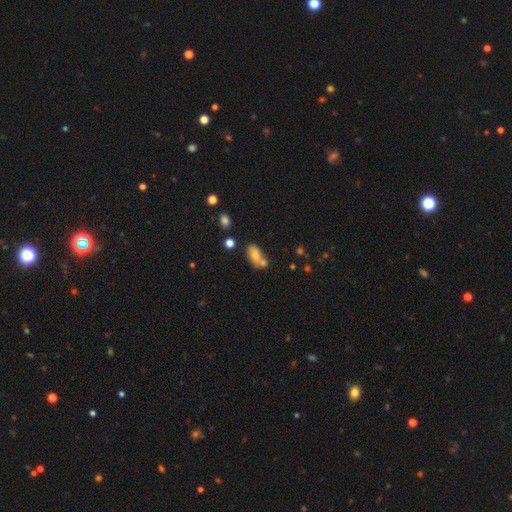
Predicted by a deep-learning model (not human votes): Q: Smooth or featured?
A: smooth (73%); runner-up: featured or disk (17%)
Q: How rounded?
A: in between (87%); runner-up: round (8%)
Q: Merging?
A: none (42%); runner-up: merger (37%)